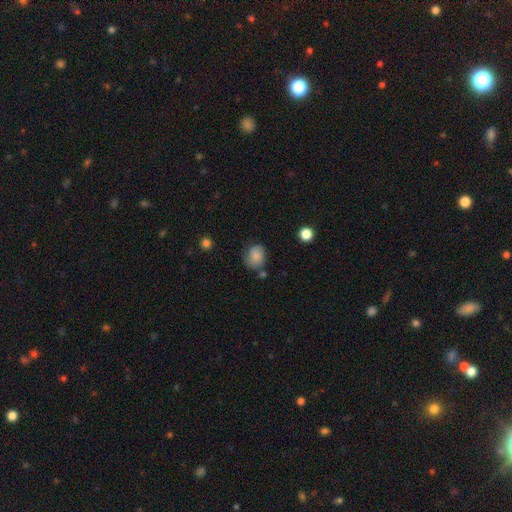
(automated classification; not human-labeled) The model was most divided on "how rounded": round: 63%, in between: 36%, cigar-shaped: 1%. More confident: smooth or featured — smooth (75%); merging — none (59%).